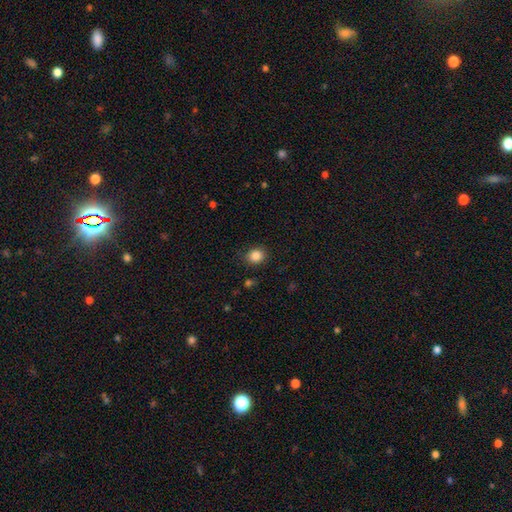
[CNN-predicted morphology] A smooth galaxy with no disk features (86%) that is round (74%). Merging: none (85%).